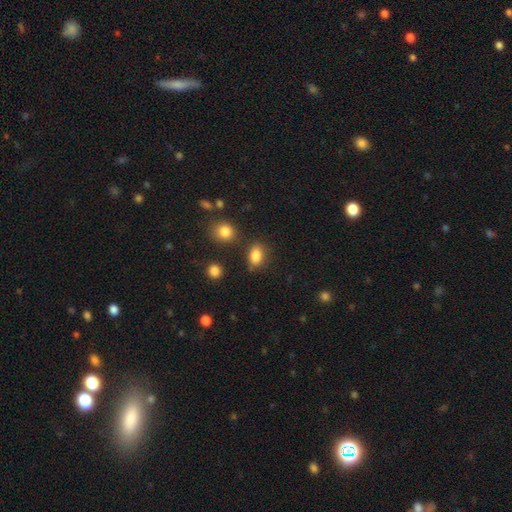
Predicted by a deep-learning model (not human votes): Q: Smooth or featured?
A: smooth (85%); runner-up: star or artifact (10%)
Q: How rounded?
A: in between (78%); runner-up: round (20%)
Q: Merging?
A: none (74%); runner-up: minor disturbance (15%)